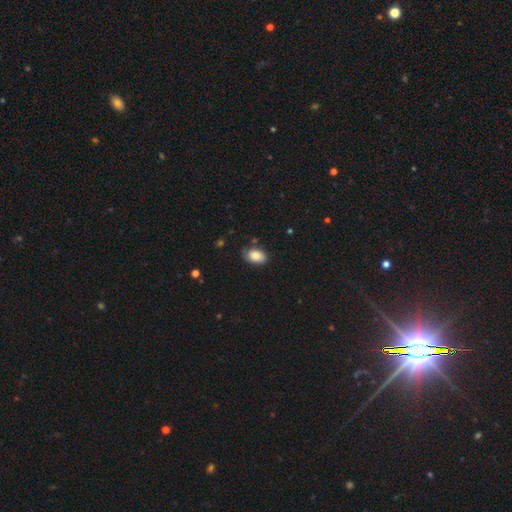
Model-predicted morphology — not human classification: Overall: smooth (84%). How rounded: in between (88%). Merging: none (71%).